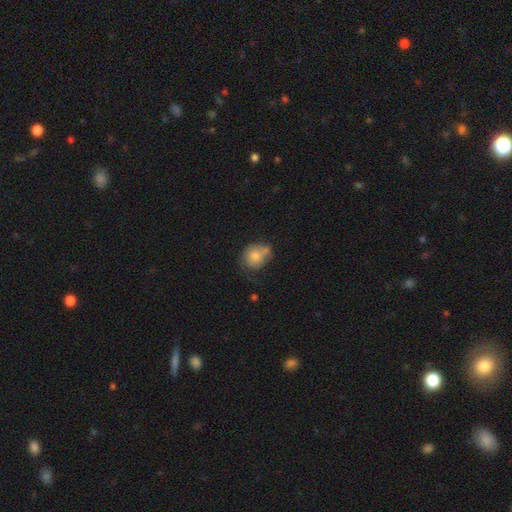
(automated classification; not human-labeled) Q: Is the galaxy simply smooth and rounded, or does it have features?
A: smooth — 73%.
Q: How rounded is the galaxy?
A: round — 64%.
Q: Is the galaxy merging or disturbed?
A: none — 37%.